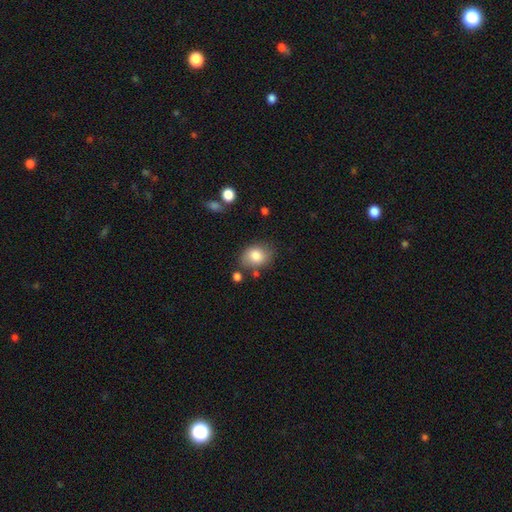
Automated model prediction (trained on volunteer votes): Overall: smooth (81%). How rounded: in between (65%; round 34%). Merging: none (71%).